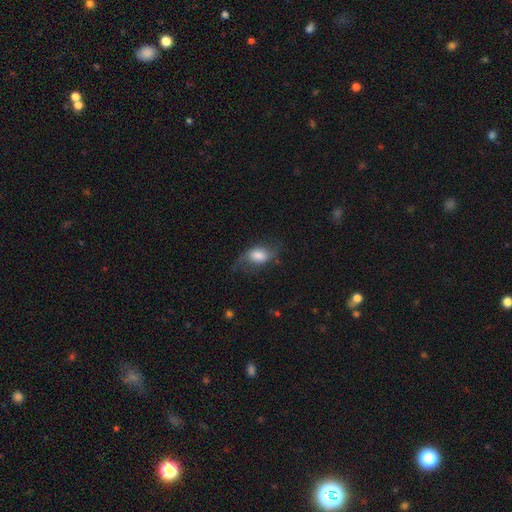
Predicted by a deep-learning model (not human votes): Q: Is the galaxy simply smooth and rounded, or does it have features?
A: smooth — 59%.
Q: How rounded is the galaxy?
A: in between — 77%.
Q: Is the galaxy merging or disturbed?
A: none — 50%.